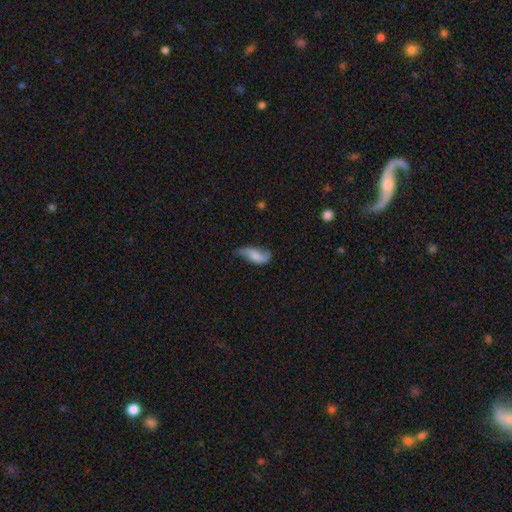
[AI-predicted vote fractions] This appears to be a smooth galaxy with no disk features (46%, tied with featured or disk). Merging: none (42%).